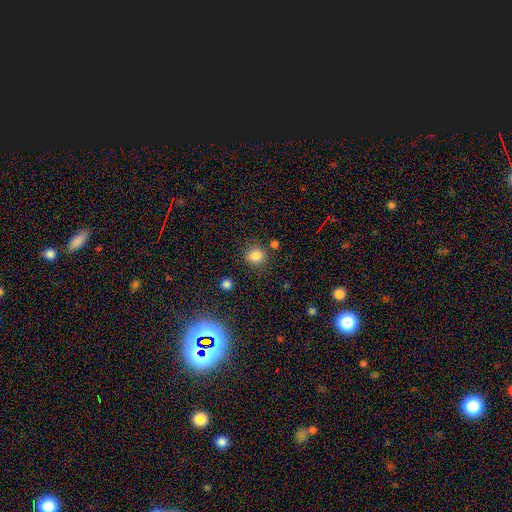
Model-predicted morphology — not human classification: Smooth or featured? smooth (83%)
How rounded? round (77%)
Merging? none (78%)